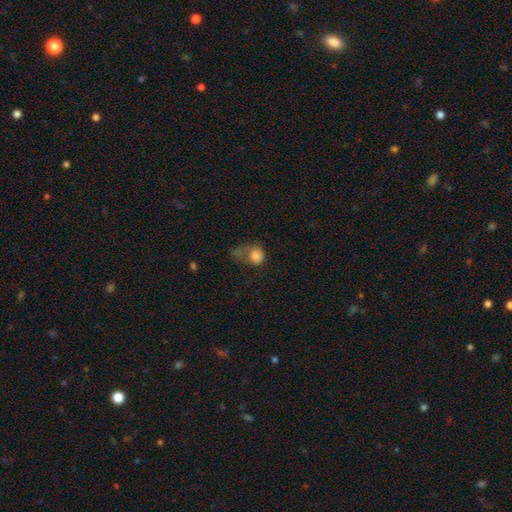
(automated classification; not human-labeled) Morphology: type=smooth (77%); roundness=round (64%); merging=major disturbance (46%).